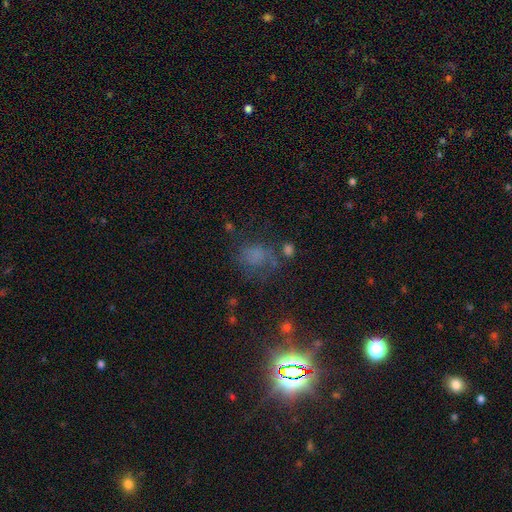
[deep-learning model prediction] smooth-or-featured: smooth: 50% | star or artifact: 28% | featured or disk: 22%
  how-rounded: round: 56% | in between: 42% | cigar-shaped: 2%
  merging: none: 48% | major disturbance: 24% | minor disturbance: 22% | merger: 7%